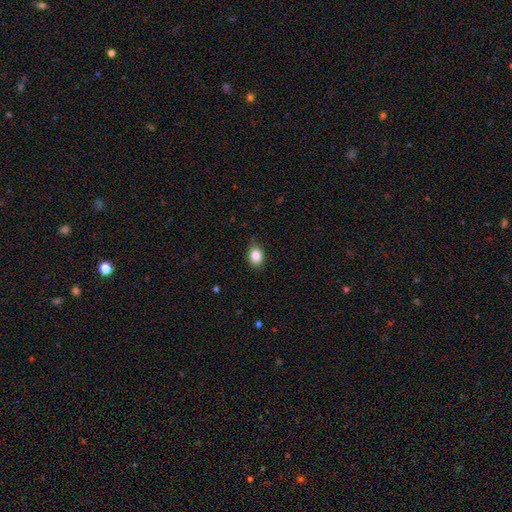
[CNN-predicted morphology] Q: Smooth or featured?
A: smooth (84%); runner-up: star or artifact (9%)
Q: How rounded?
A: in between (62%); runner-up: round (37%)
Q: Merging?
A: none (80%); runner-up: minor disturbance (16%)